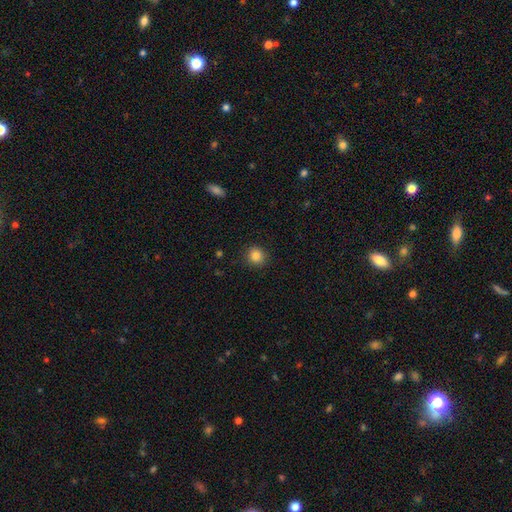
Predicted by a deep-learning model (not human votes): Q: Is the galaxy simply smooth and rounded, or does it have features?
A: smooth — 85%.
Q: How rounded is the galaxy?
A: round — 89%.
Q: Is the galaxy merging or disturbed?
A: none — 90%.